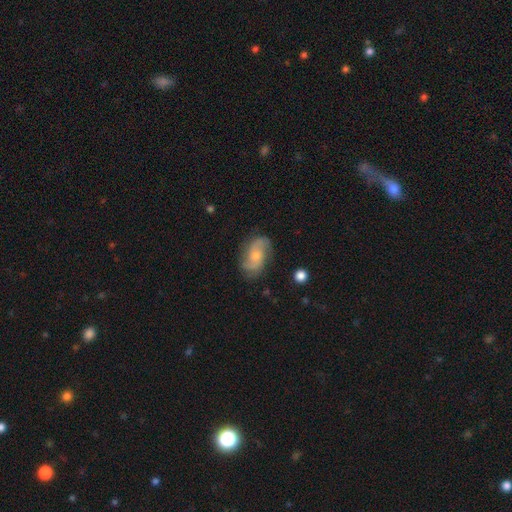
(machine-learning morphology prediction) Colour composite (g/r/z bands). It shows a featured or disk galaxy (71%) with no bar (64%), 2 (82%) medium (43%) spiral arms (94%) and a moderate central bulge (48%). Merging: none (74%).